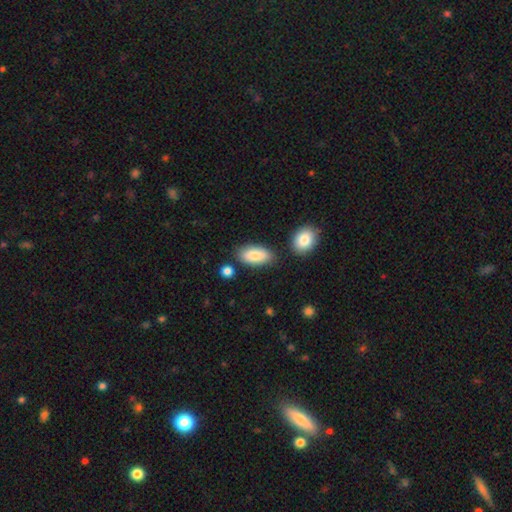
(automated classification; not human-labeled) This appears to be a smooth galaxy with no disk features (82%) that is in between round and cigar-shaped (90%). Merging: none (78%).